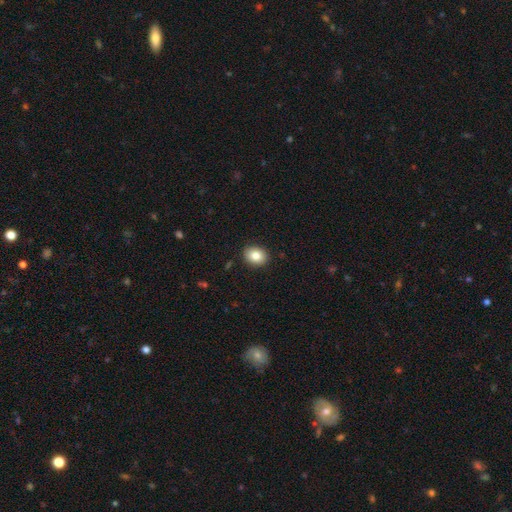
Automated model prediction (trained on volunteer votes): The model was most divided on "how rounded": round: 52%, in between: 47%, cigar-shaped: 1%. More confident: merging — none (90%); smooth or featured — smooth (84%).